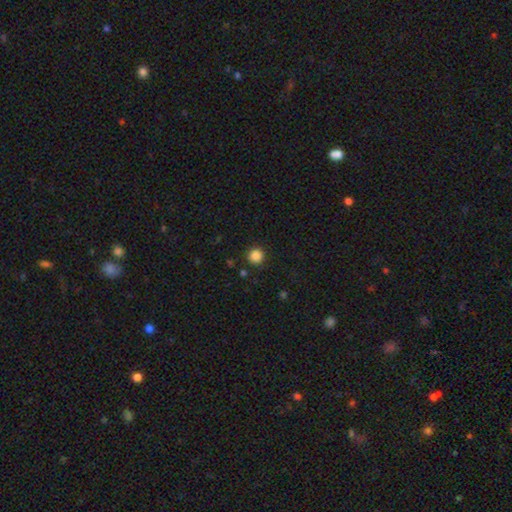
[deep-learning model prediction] Q: Smooth or featured?
A: smooth (86%); runner-up: star or artifact (11%)
Q: How rounded?
A: round (95%); runner-up: in between (4%)
Q: Merging?
A: none (91%); runner-up: minor disturbance (5%)